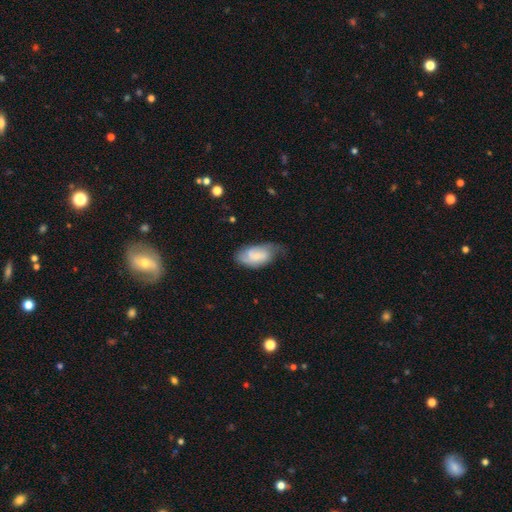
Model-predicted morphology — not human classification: A featured or disk galaxy (48%). Merging: none (49%).